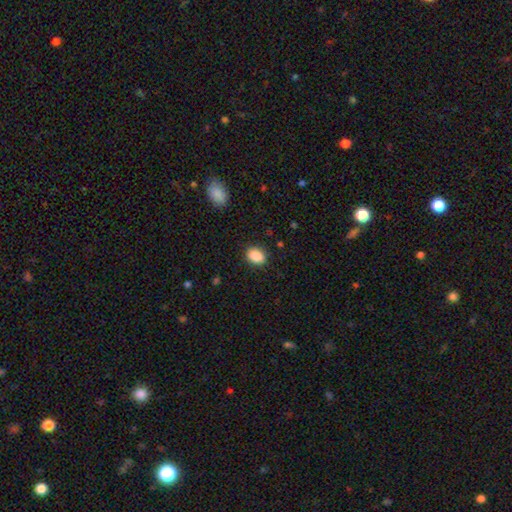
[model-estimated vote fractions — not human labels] smooth_or_featured: smooth (p=0.88) [alt: star or artifact p=0.08]
how_rounded: in between (p=0.70) [alt: round p=0.29]
merging: none (p=0.87) [alt: minor disturbance p=0.09]